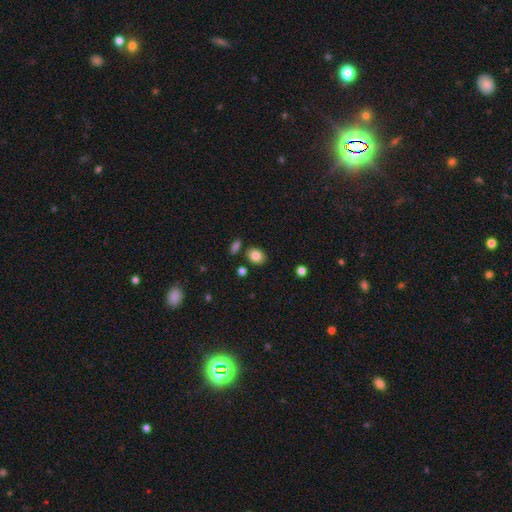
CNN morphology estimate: smooth-or-featured: smooth: 83% | star or artifact: 9% | featured or disk: 8%
  how-rounded: in between: 54% | round: 45% | cigar-shaped: 1%
  merging: none: 82% | minor disturbance: 10% | merger: 5% | major disturbance: 3%